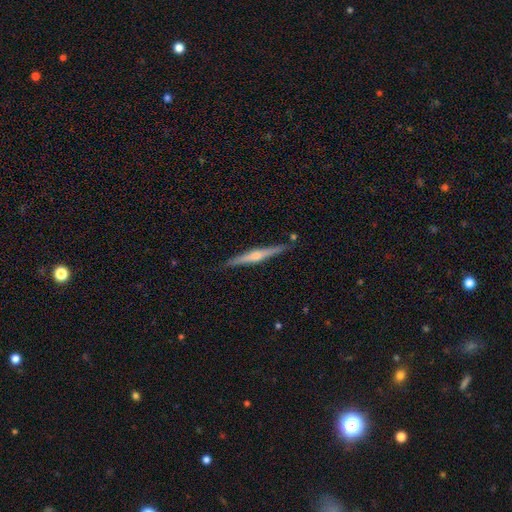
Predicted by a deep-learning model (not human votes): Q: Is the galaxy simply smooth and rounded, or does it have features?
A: featured or disk — 77%.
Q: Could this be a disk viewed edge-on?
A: yes — 98%.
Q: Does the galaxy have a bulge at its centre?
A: rounded — 83%.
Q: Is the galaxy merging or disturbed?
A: none — 90%.